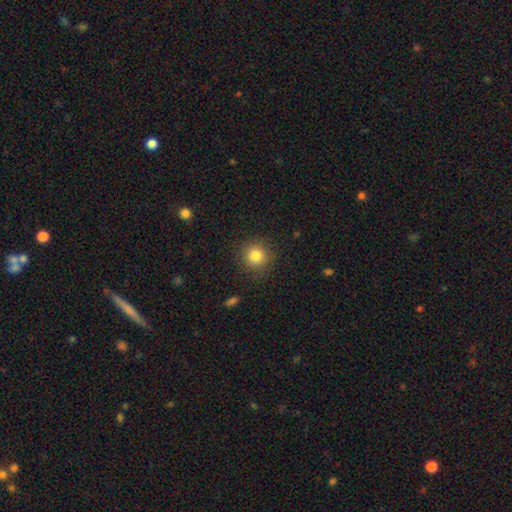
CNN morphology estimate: smooth 82%, star or artifact 12%, featured or disk 6%. Down the decision tree: how rounded — round (93%); merging — none (89%).